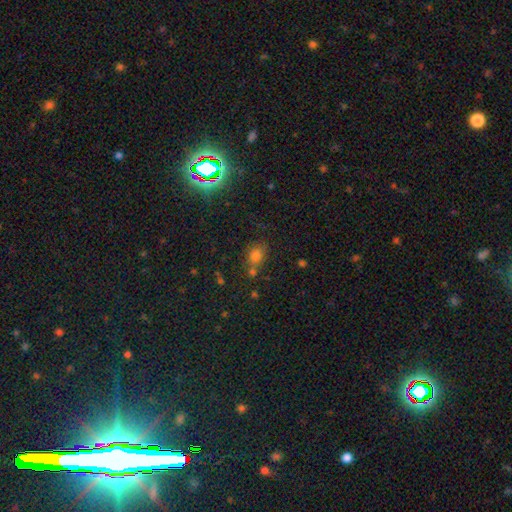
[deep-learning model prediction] Morphology: type=smooth (74%); roundness=round (50%); merging=none (54%).